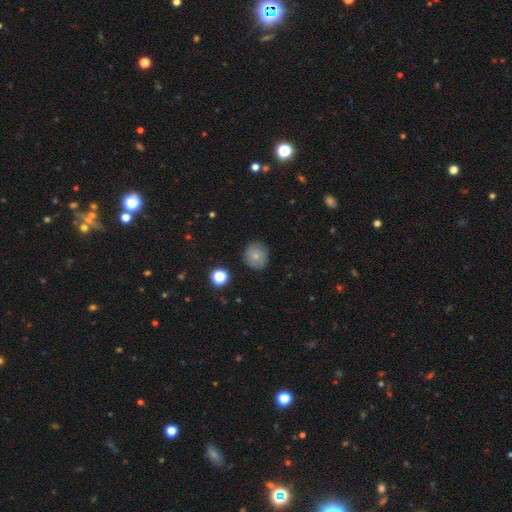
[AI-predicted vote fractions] smooth-or-featured: smooth: 73% | featured or disk: 17% | star or artifact: 11%
  how-rounded: round: 85% | in between: 14% | cigar-shaped: 1%
  merging: none: 85% | minor disturbance: 11% | major disturbance: 3% | merger: 1%